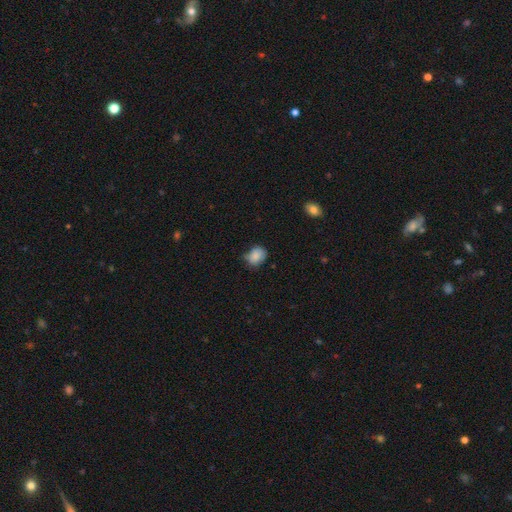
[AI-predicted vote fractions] A smooth galaxy with no disk features (84%) that is in between round and cigar-shaped (50%).

Vote fractions:
- Smooth or featured? smooth: 84% / star or artifact: 9% / featured or disk: 7%
- How rounded? in between: 50% / round: 49% / cigar-shaped: 1%
- Merging? none: 57% / minor disturbance: 34% / major disturbance: 7% / merger: 3%